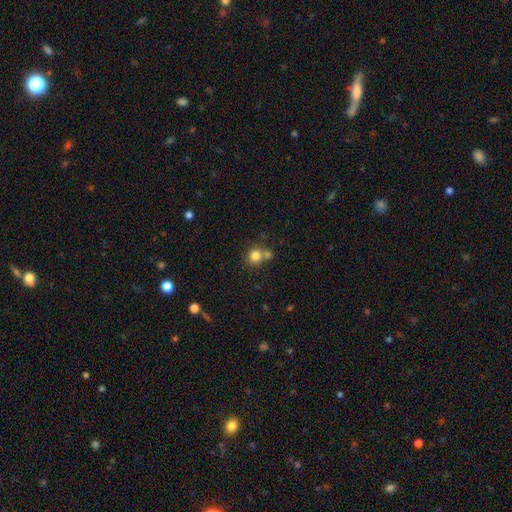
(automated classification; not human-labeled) This is clearly a smooth galaxy (80%). How rounded: clearly round (86%). Merging: possibly none (57%).